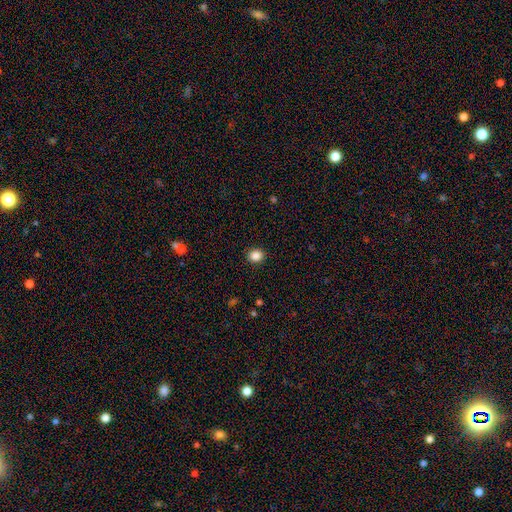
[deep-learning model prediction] Morphology: type=smooth (87%); roundness=round (66%); merging=none (91%).